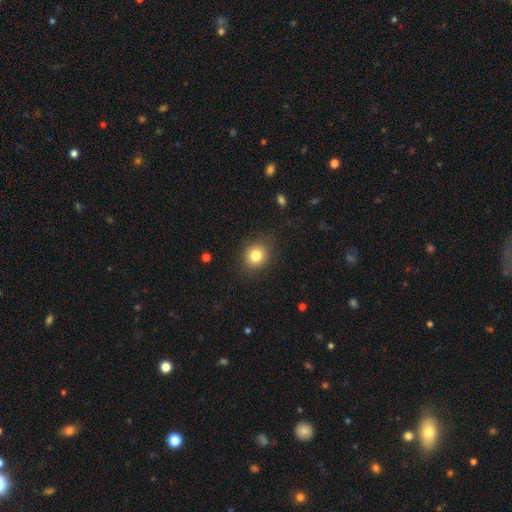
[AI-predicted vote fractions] smooth 81%, star or artifact 11%, featured or disk 8%. Down the decision tree: how rounded — round (72%); merging — none (84%).